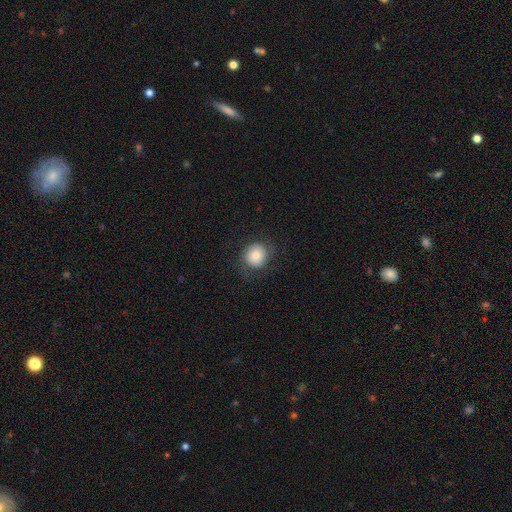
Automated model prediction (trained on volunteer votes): A smooth galaxy with no disk features (71%) that is round (85%).

Vote fractions:
- Smooth or featured? smooth: 71% / featured or disk: 20% / star or artifact: 8%
- How rounded? round: 85% / in between: 14% / cigar-shaped: 1%
- Merging? none: 73% / minor disturbance: 17% / major disturbance: 9% / merger: 1%